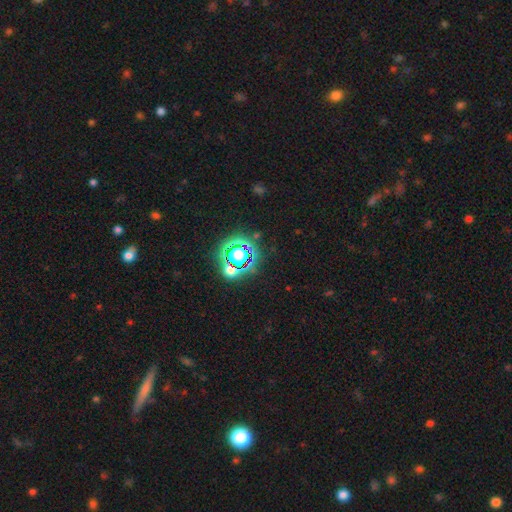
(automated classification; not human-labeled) Overall: star or artifact (78%).